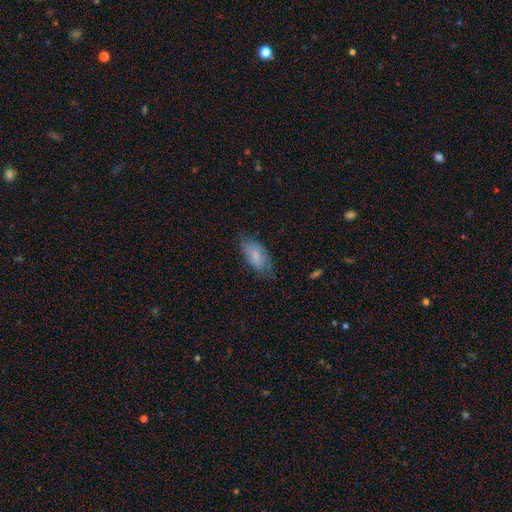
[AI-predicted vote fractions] Smooth or featured?
  - smooth: 72% *
  - featured or disk: 21%
  - star or artifact: 8%
How rounded?
  - in between: 90% *
  - cigar-shaped: 7%
  - round: 3%
Merging?
  - none: 60% *
  - minor disturbance: 29%
  - major disturbance: 10%
  - merger: 1%